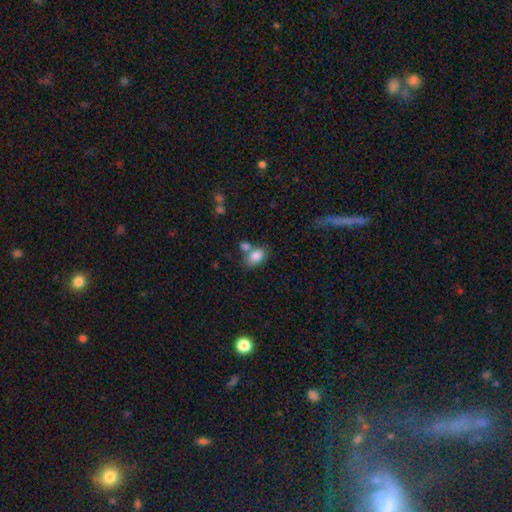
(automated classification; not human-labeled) Overall: smooth (84%). How rounded: in between (84%). Merging: none (52%; merger 29%).